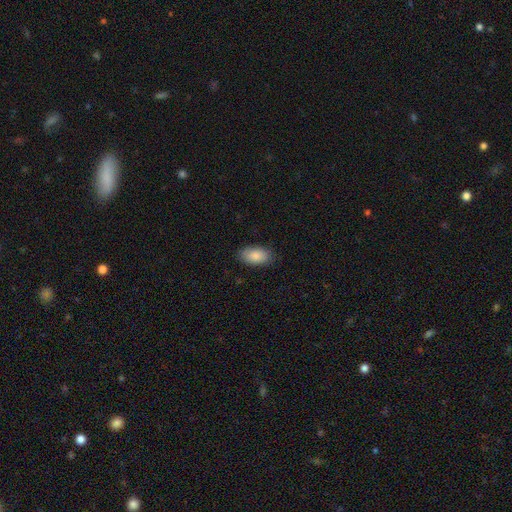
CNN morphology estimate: Smooth or featured? smooth (88%)
How rounded? in between (94%)
Merging? none (86%)